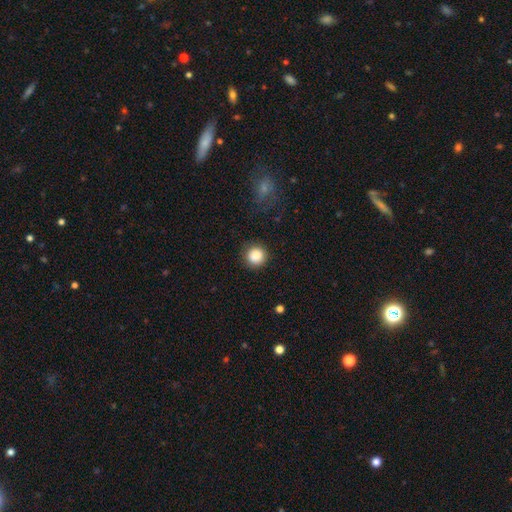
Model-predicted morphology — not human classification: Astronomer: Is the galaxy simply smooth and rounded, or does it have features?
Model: smooth — 87%.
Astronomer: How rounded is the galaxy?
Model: round — 94%.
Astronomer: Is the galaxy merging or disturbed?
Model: none — 87%.